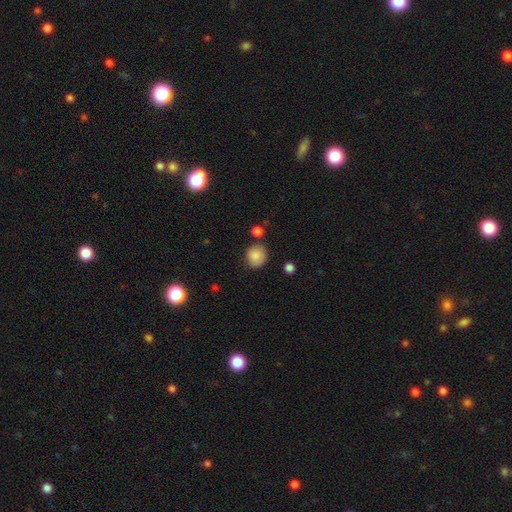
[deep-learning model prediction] Overall: smooth (87%). How rounded: round (82%). Merging: none (78%).